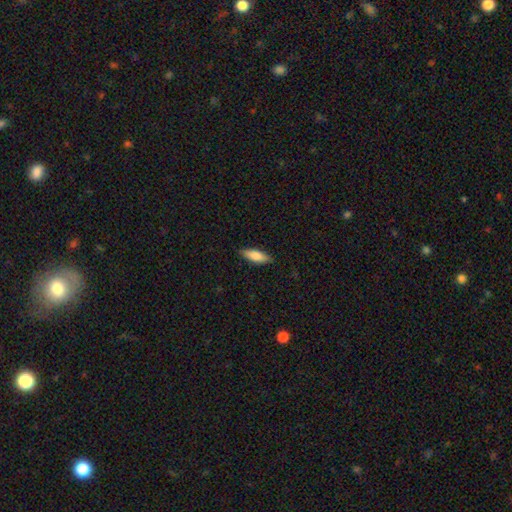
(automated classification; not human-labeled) Smooth or featured: smooth — 80% (featured or disk — 14%)
How rounded: in between — 64% (cigar-shaped — 35%)
Merging: none — 86% (minor disturbance — 11%)